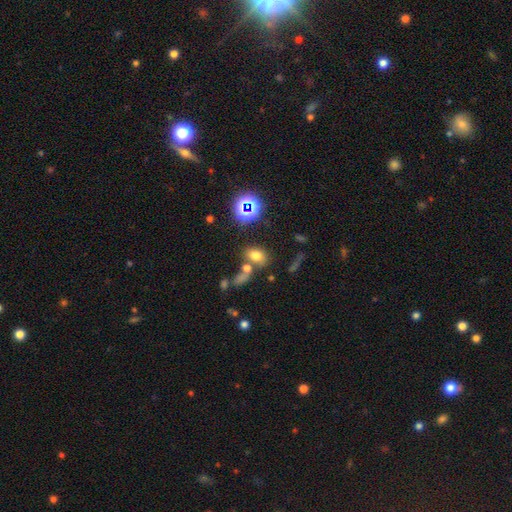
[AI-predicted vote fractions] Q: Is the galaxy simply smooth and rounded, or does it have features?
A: smooth — 68%.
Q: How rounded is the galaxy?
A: in between — 73%.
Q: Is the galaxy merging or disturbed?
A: none — 61%.